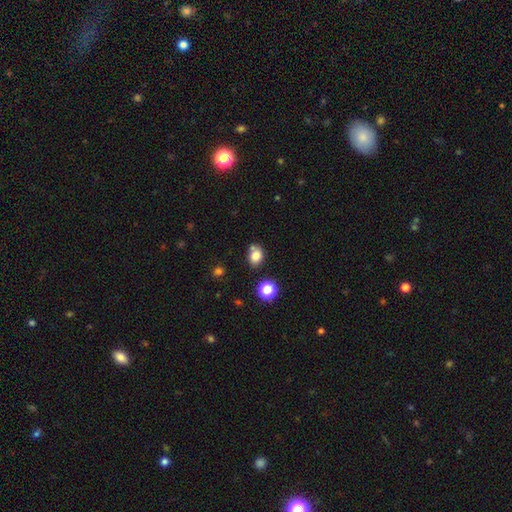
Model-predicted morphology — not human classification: The model was most divided on "how rounded": in between: 56%, round: 43%, cigar-shaped: 1%. More confident: smooth or featured — smooth (79%); merging — none (63%).